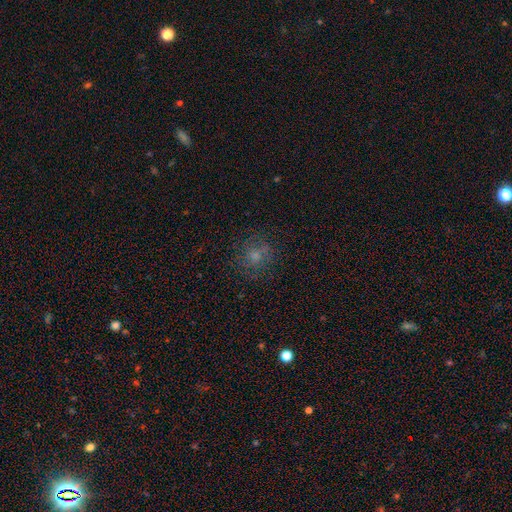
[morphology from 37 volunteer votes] Q: Smooth or featured?
A: smooth (81%); runner-up: featured or disk (11%)
Q: How rounded?
A: round (83%); runner-up: in between (17%)
Q: Merging?
A: none (71%); runner-up: minor disturbance (21%)